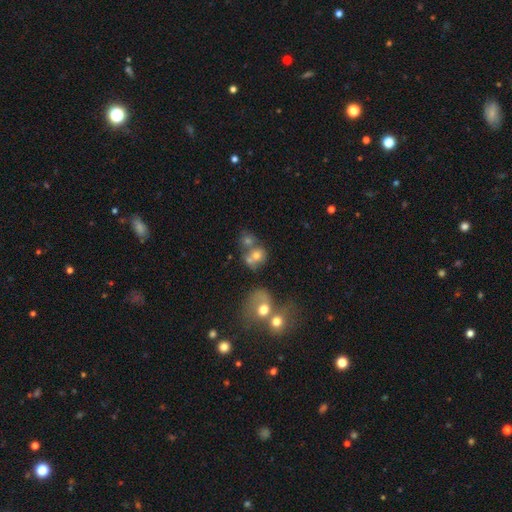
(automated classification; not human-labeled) smooth_or_featured: smooth (p=0.60) [alt: featured or disk p=0.24]
how_rounded: round (p=0.68) [alt: in between p=0.31]
merging: merger (p=0.52) [alt: none p=0.30]